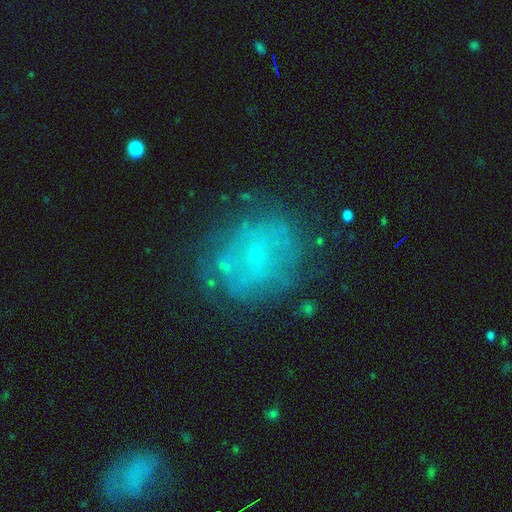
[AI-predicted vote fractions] Morphology: type=featured or disk (47%); merging=none (67%).